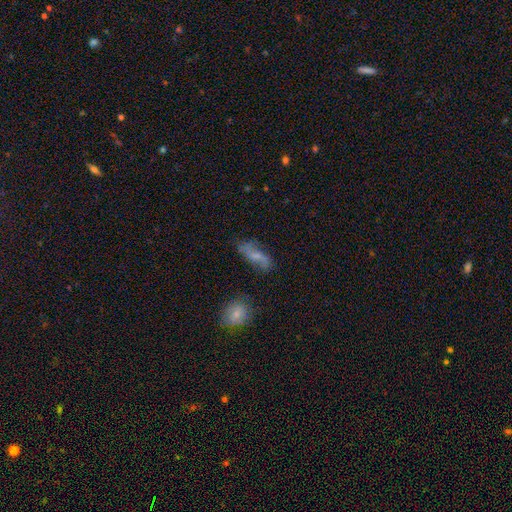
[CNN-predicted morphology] Smooth or featured?
  - smooth: 47% *
  - featured or disk: 44%
  - star or artifact: 9%
Merging?
  - none: 66% *
  - minor disturbance: 22%
  - major disturbance: 9%
  - merger: 4%